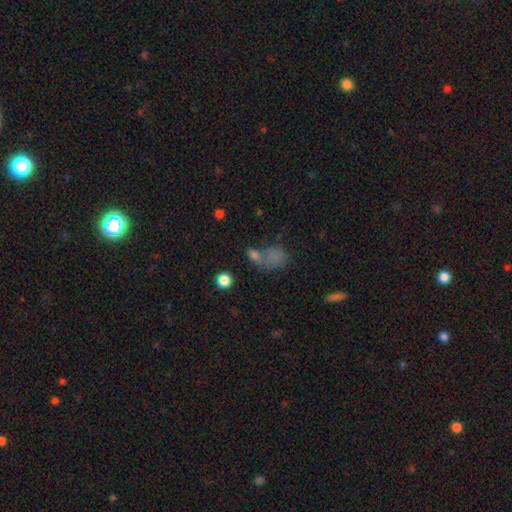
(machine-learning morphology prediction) type=smooth (70%); roundness=in between (58%); merging=none (41%).